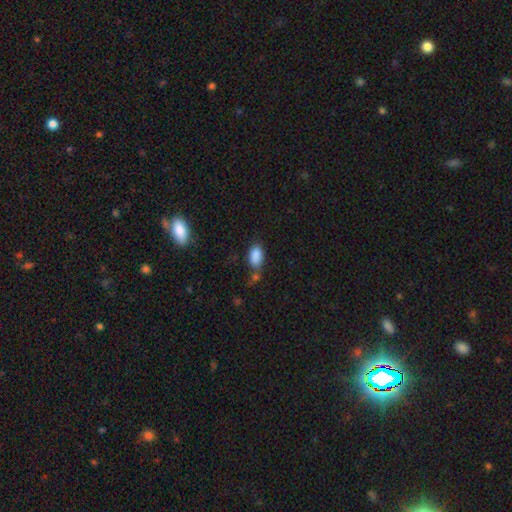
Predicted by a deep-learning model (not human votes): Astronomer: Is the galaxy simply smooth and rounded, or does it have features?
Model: smooth — 87%.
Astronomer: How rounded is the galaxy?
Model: in between — 92%.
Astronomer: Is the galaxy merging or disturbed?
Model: none — 60%.